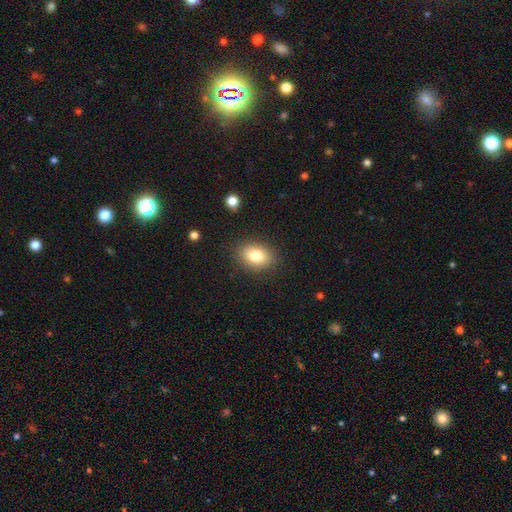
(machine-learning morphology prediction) Smooth or featured? smooth (82%)
How rounded? in between (78%)
Merging? none (86%)